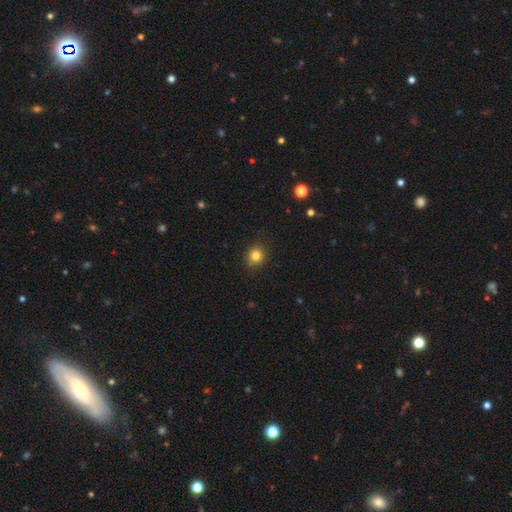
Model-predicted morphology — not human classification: Smooth or featured?
  - smooth: 82% *
  - star or artifact: 12%
  - featured or disk: 6%
How rounded?
  - round: 81% *
  - in between: 18%
  - cigar-shaped: 1%
Merging?
  - none: 88% *
  - minor disturbance: 9%
  - major disturbance: 2%
  - merger: 1%